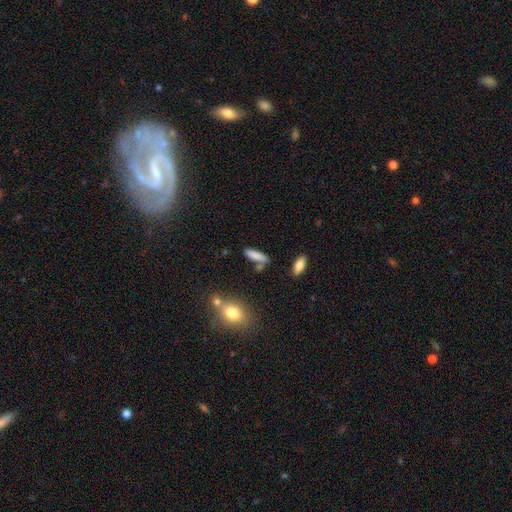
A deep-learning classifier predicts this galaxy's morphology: Smooth or featured?
  - smooth: 81% *
  - featured or disk: 11%
  - star or artifact: 8%
How rounded?
  - cigar-shaped: 70% *
  - in between: 28%
  - round: 2%
Merging?
  - none: 73% *
  - minor disturbance: 14%
  - merger: 10%
  - major disturbance: 4%